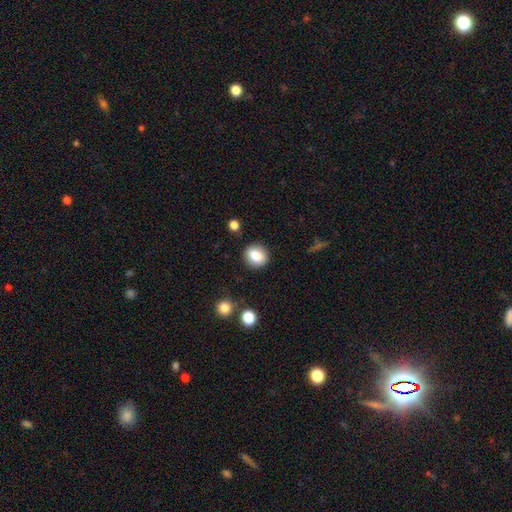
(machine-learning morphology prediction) Smooth or featured?
  - smooth: 85% *
  - star or artifact: 9%
  - featured or disk: 7%
How rounded?
  - round: 72% *
  - in between: 27%
  - cigar-shaped: 1%
Merging?
  - none: 88% *
  - minor disturbance: 8%
  - major disturbance: 2%
  - merger: 2%